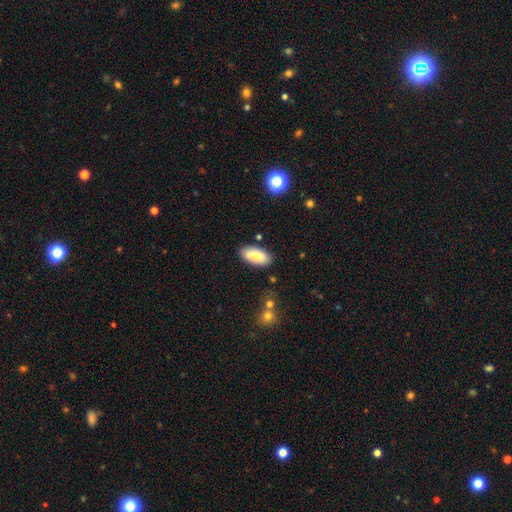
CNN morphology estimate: Overall: smooth (83%). How rounded: in between (88%). Merging: none (85%).